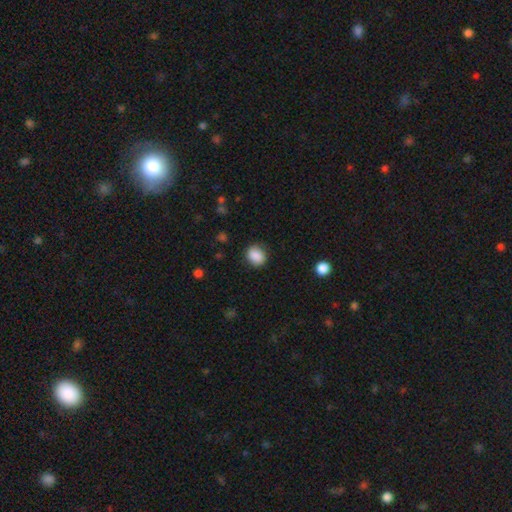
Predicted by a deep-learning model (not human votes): A smooth galaxy with no disk features (88%) that is round (57%). Merging: none (84%).